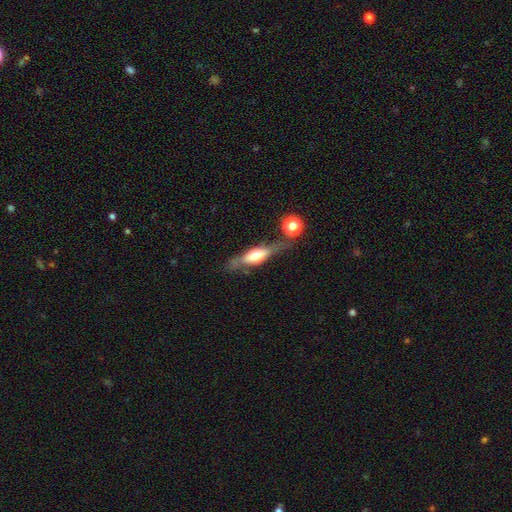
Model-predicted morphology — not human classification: Smooth or featured? featured or disk (57%)
Edge-on disk? yes (84%)
Merging? none (58%)